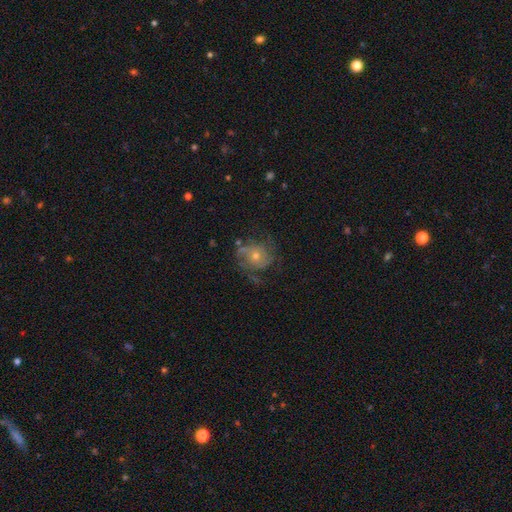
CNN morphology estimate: Smooth or featured? Predicted: featured or disk (p=0.73). Edge-on disk? Predicted: no (p=0.97). Bar? Predicted: no (p=0.78). Spiral arms? Predicted: yes (p=0.88). Spiral winding? Predicted: medium (p=0.42). Spiral arm count? Predicted: 2 (p=0.39). Bulge size? Predicted: moderate (p=0.49). Merging? Predicted: none (p=0.64).